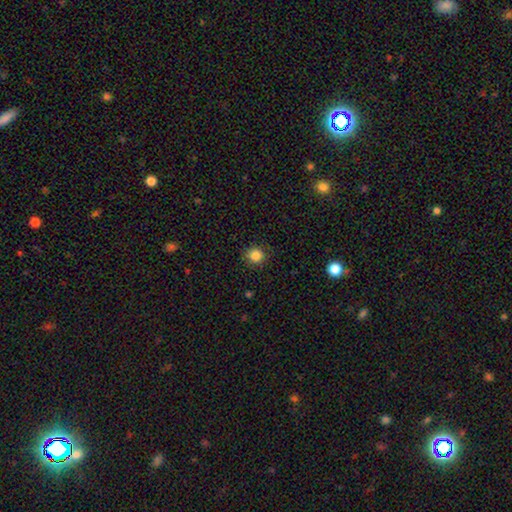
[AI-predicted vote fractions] Smooth or featured? smooth (85%)
How rounded? round (87%)
Merging? none (87%)